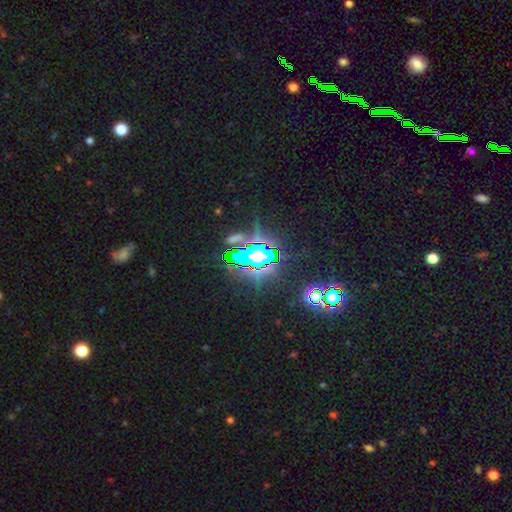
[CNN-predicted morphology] smooth_or_featured: star or artifact (p=0.83) [alt: smooth p=0.10]